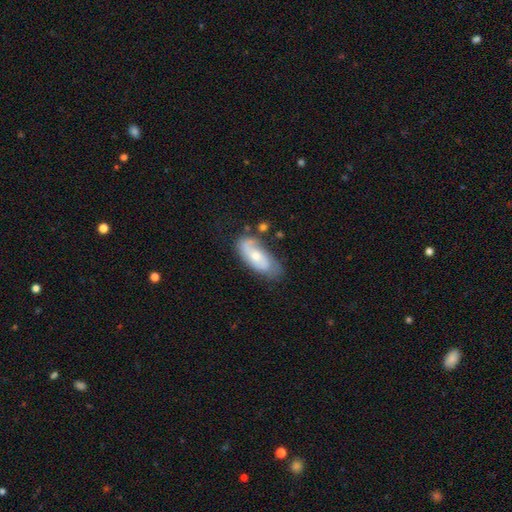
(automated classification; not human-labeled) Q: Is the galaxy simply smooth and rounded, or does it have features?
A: featured or disk — 53%.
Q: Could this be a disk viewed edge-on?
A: no — 90%.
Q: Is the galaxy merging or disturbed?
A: none — 56%.